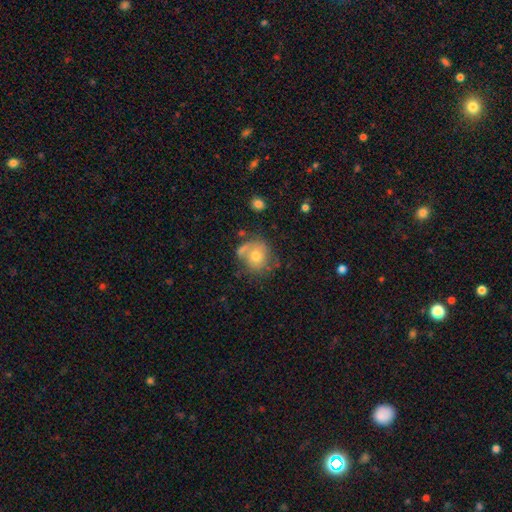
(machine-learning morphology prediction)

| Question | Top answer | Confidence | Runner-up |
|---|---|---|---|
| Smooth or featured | smooth | 54% | featured or disk (37%) |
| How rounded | round | 77% | in between (22%) |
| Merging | none | 53% | minor disturbance (22%) |